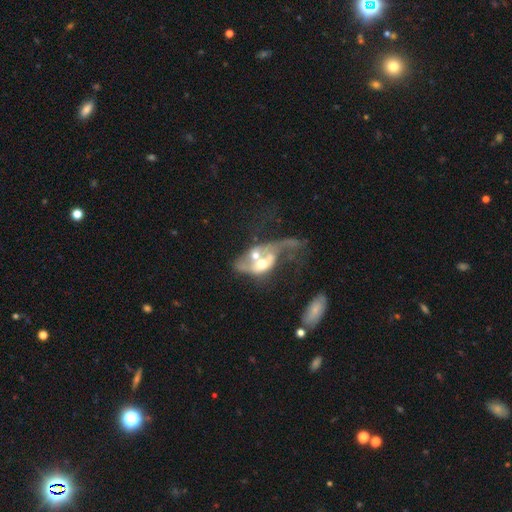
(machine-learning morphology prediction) Q: Smooth or featured?
A: featured or disk (60%); runner-up: smooth (31%)
Q: Edge-on disk?
A: no (93%); runner-up: yes (7%)
Q: Bar?
A: no (73%); runner-up: weak (20%)
Q: Spiral arms?
A: no (58%); runner-up: yes (42%)
Q: Bulge size?
A: moderate (61%); runner-up: large (18%)
Q: Merging?
A: merger (66%); runner-up: major disturbance (22%)